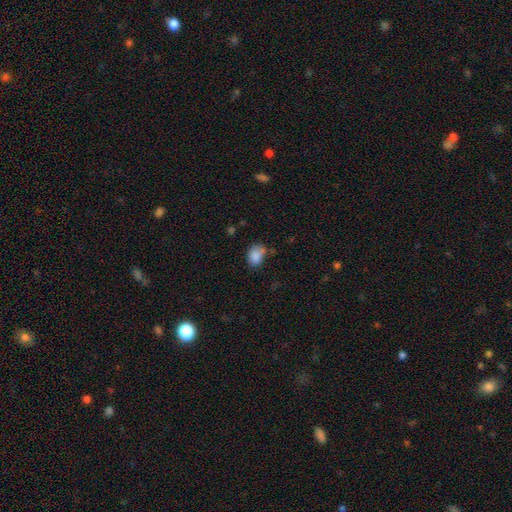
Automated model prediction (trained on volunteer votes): smooth_or_featured: smooth (p=0.84) [alt: star or artifact p=0.10]
how_rounded: in between (p=0.70) [alt: round p=0.29]
merging: none (p=0.53) [alt: minor disturbance p=0.28]